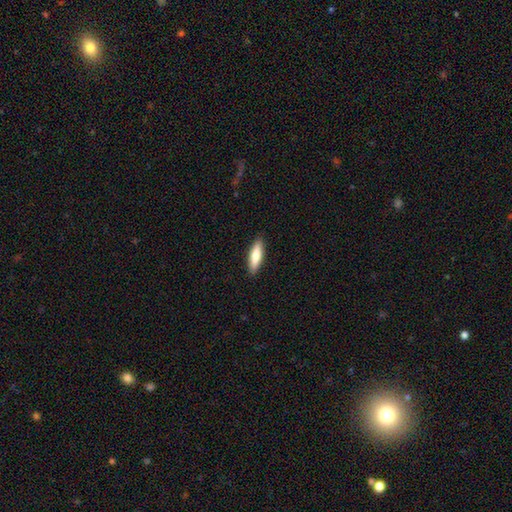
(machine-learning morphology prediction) This appears to be a smooth galaxy with no disk features (76%) that is cigar-shaped (58%). Merging: none (90%).